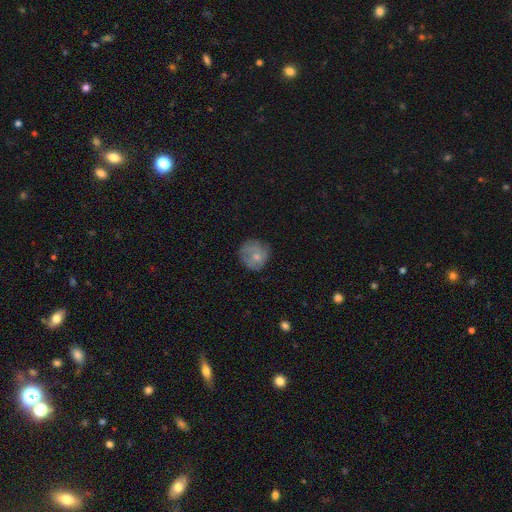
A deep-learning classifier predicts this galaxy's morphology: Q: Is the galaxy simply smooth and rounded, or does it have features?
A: smooth — 65%.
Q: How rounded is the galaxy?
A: round — 85%.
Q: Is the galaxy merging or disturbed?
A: none — 66%.